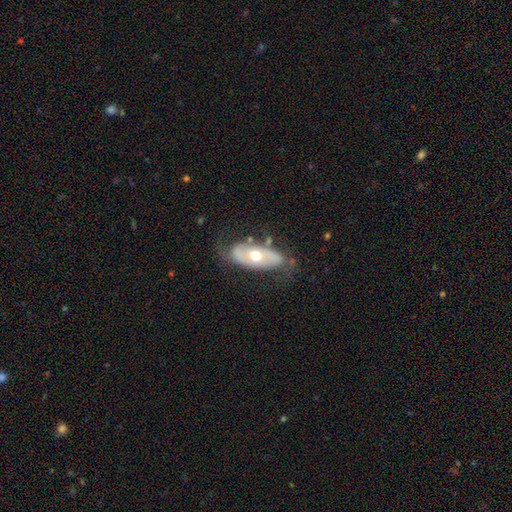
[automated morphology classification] smooth-or-featured: featured or disk: 59% | smooth: 36% | star or artifact: 6%
  disk-edge-on: no: 85% | yes: 15%
    bar: no: 78% | weak: 15% | strong: 7%
    has-spiral-arms: no: 55% | yes: 45%
    bulge-size: moderate: 75% | small: 13% | large: 10% | dominant: 1% | none: 1%
  merging: none: 64% | minor disturbance: 22% | major disturbance: 11% | merger: 3%